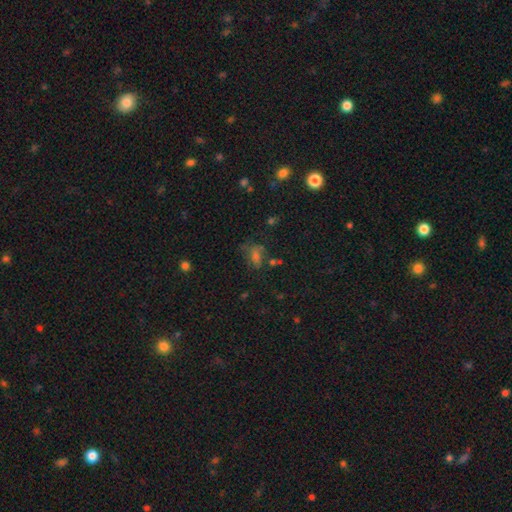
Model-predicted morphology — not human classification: This appears to be a smooth galaxy with no disk features (43%). Merging: none (47%).